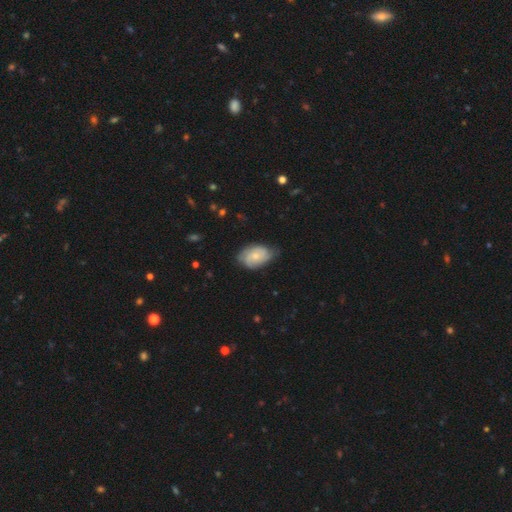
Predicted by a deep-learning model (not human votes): A featured or disk galaxy (50%). Merging: none (61%).